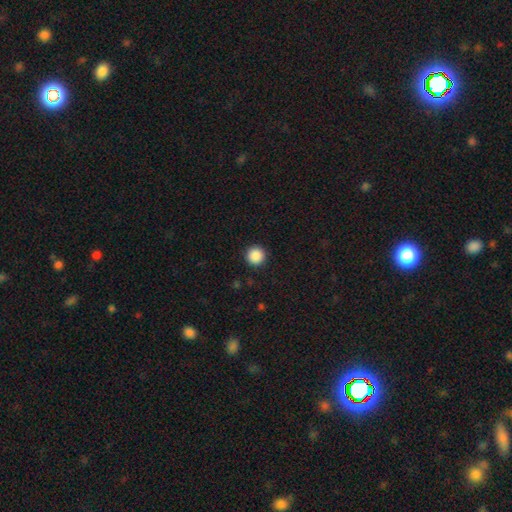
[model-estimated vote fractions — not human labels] A smooth galaxy with no disk features (88%) that is round (96%). Merging: none (93%).